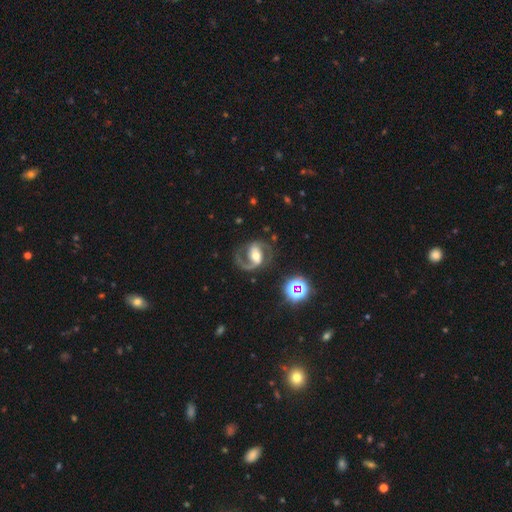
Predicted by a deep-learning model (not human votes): The model was most divided on "bar": strong: 40%, weak: 36%, no: 23%. More confident: edge-on disk — no (97%); spiral arms — yes (96%); smooth or featured — featured or disk (87%); spiral arm count — 2 (83%); merging — none (73%); bulge size — moderate (66%); spiral winding — medium (59%).